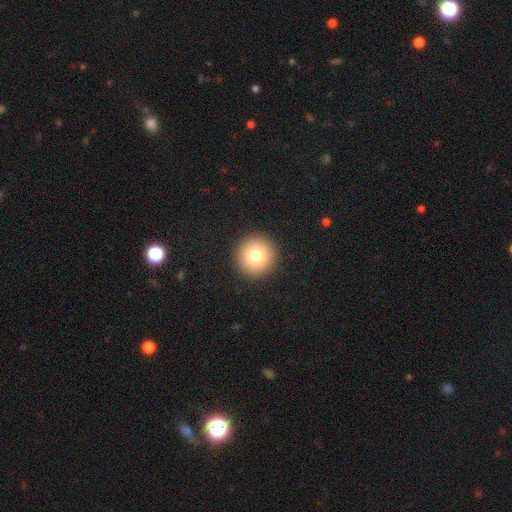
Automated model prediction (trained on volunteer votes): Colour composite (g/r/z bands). It shows a smooth galaxy with no disk features (80%) that is round (95%). Merging: none (92%).